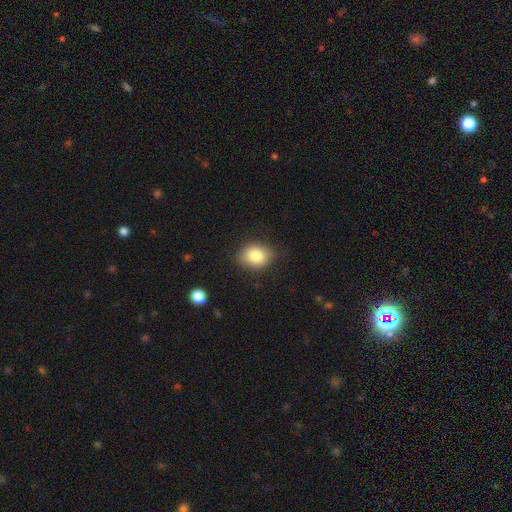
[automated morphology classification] type=smooth (83%); roundness=in between (58%); merging=none (81%).